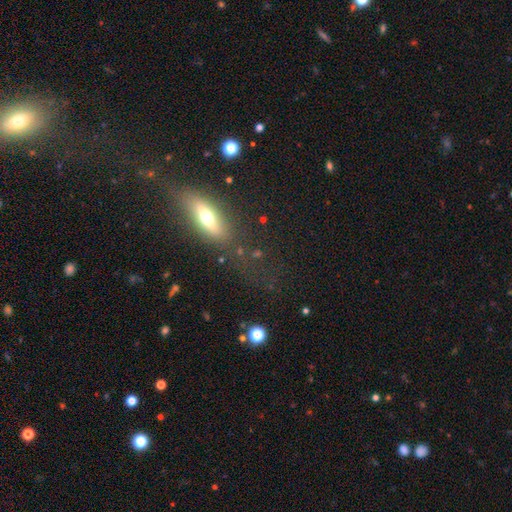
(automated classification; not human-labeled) Q: Smooth or featured?
A: featured or disk (40%); tied with: smooth (40%)
Q: Merging?
A: none (49%); runner-up: major disturbance (25%)